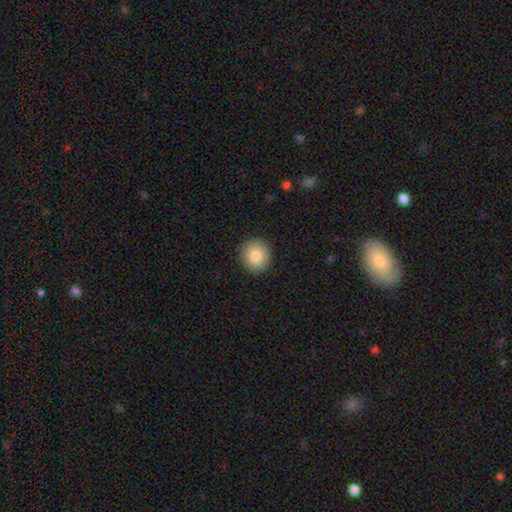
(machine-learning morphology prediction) This appears to be a smooth galaxy with no disk features (86%) that is round (89%). Merging: none (91%).